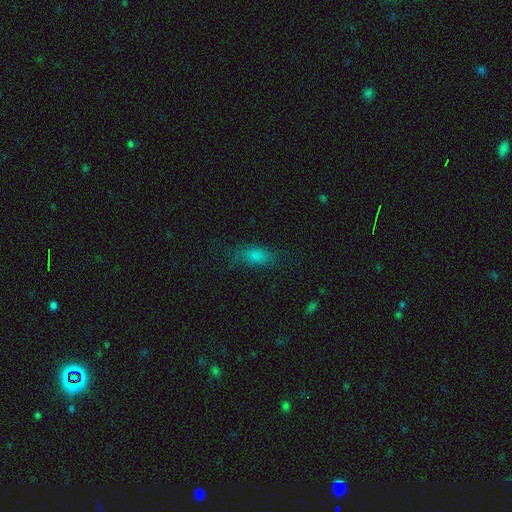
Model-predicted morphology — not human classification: The model was most divided on "smooth or featured": smooth: 68%, star or artifact: 16%, featured or disk: 15%. More confident: how rounded — in between (73%); merging — none (72%).